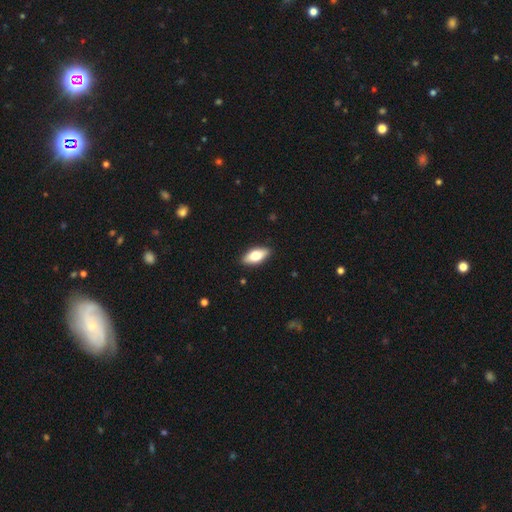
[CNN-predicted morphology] This is likely a smooth galaxy (73%). How rounded: clearly in between (85%). Merging: clearly none (88%).